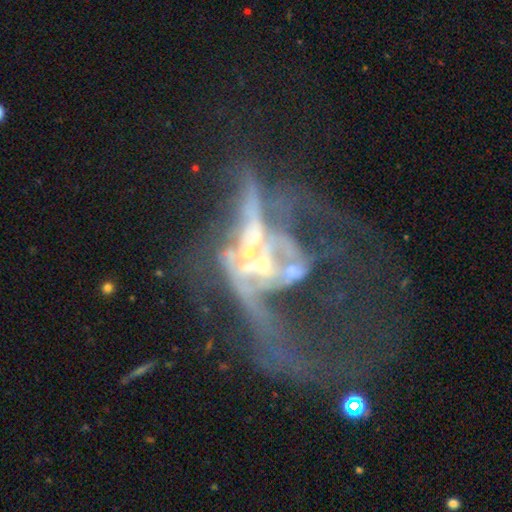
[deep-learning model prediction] featured or disk 72%, star or artifact 17%, smooth 12%. Down the decision tree: edge-on disk — no (87%); bar — no (75%); spiral arms — no (63%); bulge size — small (36%, tied with moderate); merging — merger (44%).